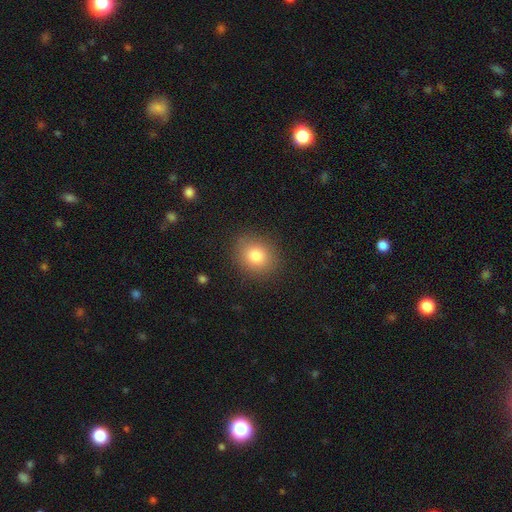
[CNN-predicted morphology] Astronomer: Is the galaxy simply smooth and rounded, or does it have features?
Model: smooth — 81%.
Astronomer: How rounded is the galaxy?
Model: round — 69%.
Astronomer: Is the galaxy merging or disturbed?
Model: none — 87%.